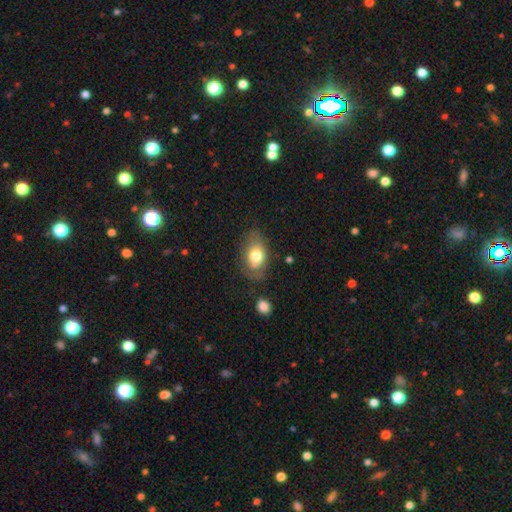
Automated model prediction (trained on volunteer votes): A smooth galaxy with no disk features (71%) that is in between round and cigar-shaped (82%).

Vote fractions:
- Smooth or featured? smooth: 71% / featured or disk: 21% / star or artifact: 8%
- How rounded? in between: 82% / round: 17% / cigar-shaped: 2%
- Merging? none: 61% / minor disturbance: 26% / major disturbance: 10% / merger: 4%